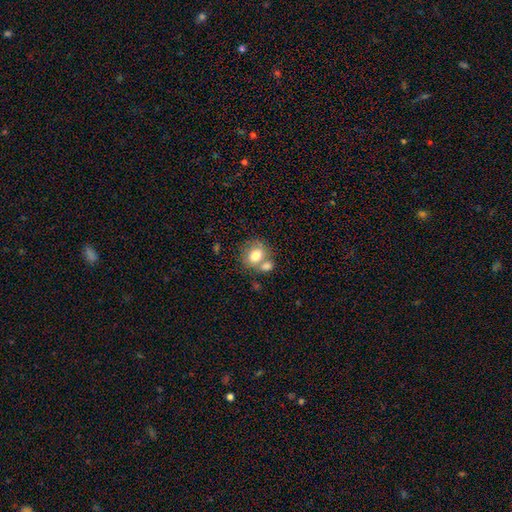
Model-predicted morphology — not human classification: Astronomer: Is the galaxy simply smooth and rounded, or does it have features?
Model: smooth — 74%.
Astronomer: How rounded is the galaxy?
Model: round — 63%.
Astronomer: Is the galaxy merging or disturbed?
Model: none — 47% (runner-up: merger, 35%).